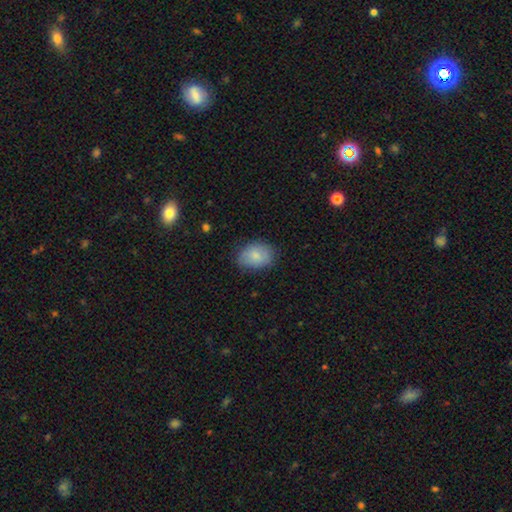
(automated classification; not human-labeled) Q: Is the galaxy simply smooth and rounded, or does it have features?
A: smooth — 81%.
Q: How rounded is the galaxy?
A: in between — 77%.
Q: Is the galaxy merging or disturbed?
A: none — 77%.